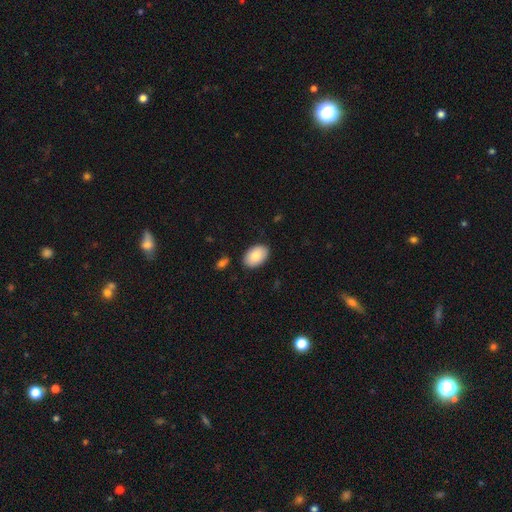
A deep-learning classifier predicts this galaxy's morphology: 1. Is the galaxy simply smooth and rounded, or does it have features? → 85% smooth, 9% featured or disk, 6% star or artifact.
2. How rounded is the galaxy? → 91% in between, 8% round, 1% cigar-shaped.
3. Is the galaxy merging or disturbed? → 87% none, 9% minor disturbance, 2% major disturbance, 2% merger.